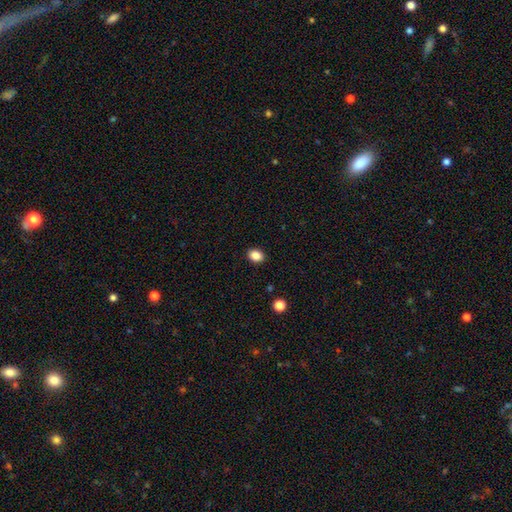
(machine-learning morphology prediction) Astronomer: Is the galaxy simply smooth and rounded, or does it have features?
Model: smooth — 86%.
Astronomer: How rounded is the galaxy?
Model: in between — 57% (runner-up: round, 42%).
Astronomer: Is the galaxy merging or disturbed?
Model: none — 90%.